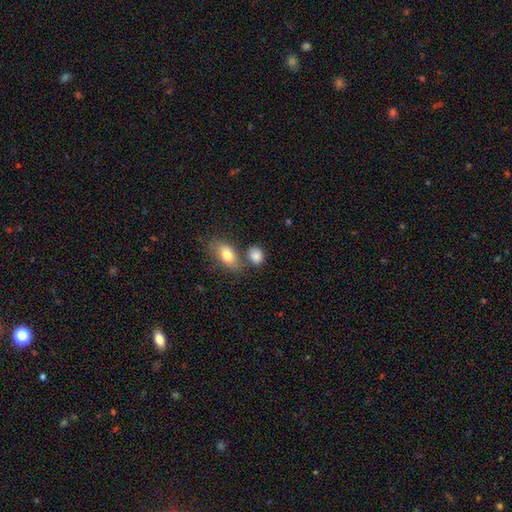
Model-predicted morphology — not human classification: Q: Smooth or featured?
A: smooth (86%); runner-up: star or artifact (8%)
Q: How rounded?
A: in between (50%); runner-up: round (47%)
Q: Merging?
A: none (61%); runner-up: merger (22%)